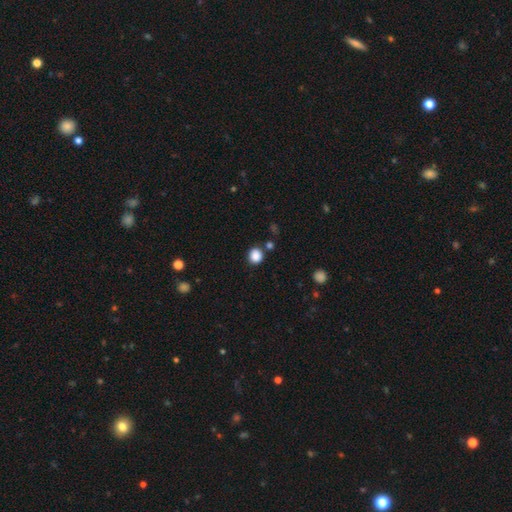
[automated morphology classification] This is clearly a smooth galaxy (87%). How rounded: clearly round (82%). Merging: clearly none (83%).